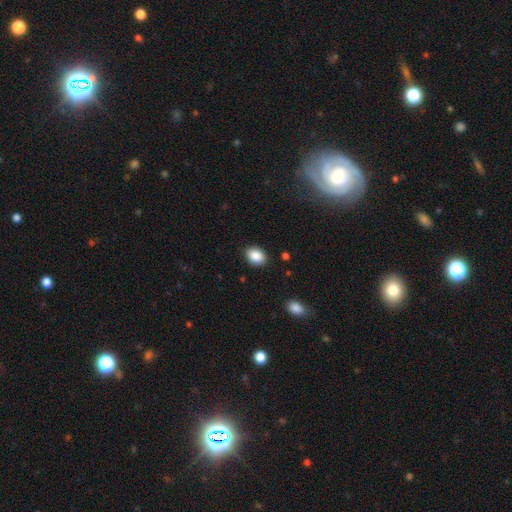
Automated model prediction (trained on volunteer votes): The model was most divided on "how rounded": in between: 71%, round: 28%, cigar-shaped: 1%. More confident: merging — none (89%); smooth or featured — smooth (88%).